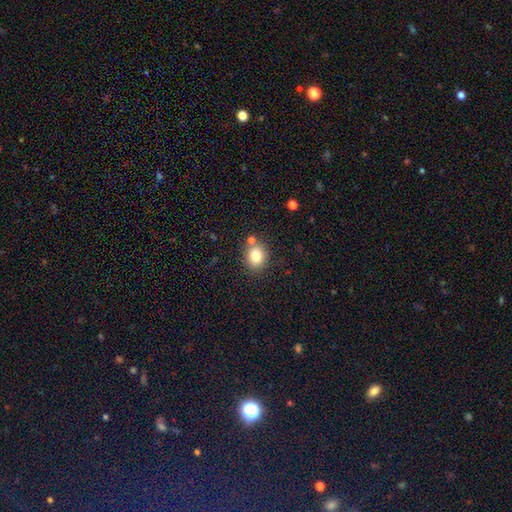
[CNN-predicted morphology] Smooth or featured? Predicted: smooth (p=0.80). How rounded? Predicted: round (p=0.66). Merging? Predicted: none (p=0.78).